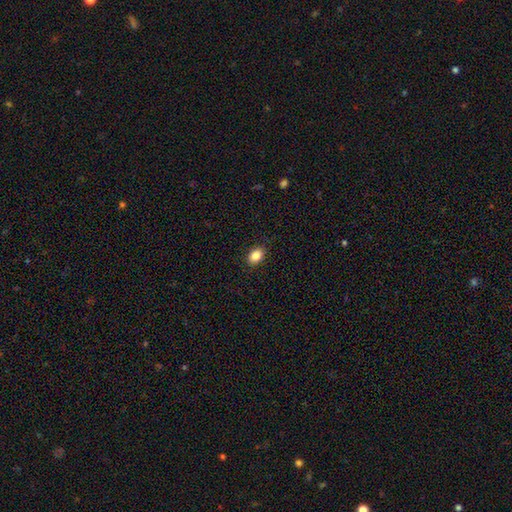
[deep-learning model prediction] Smooth or featured? Predicted: smooth (p=0.85). How rounded? Predicted: in between (p=0.80). Merging? Predicted: none (p=0.89).